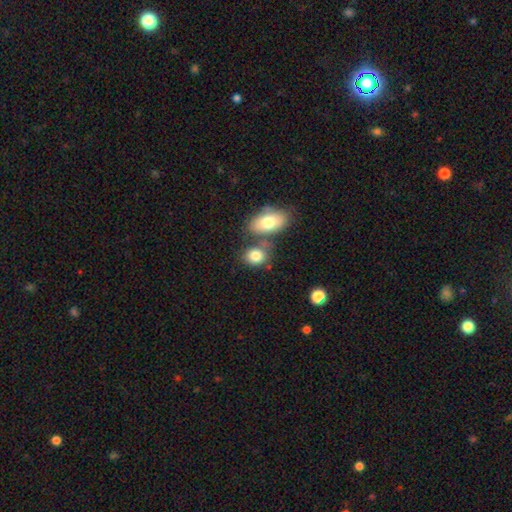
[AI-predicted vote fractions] Morphology: type=smooth (81%); roundness=in between (62%); merging=none (52%).